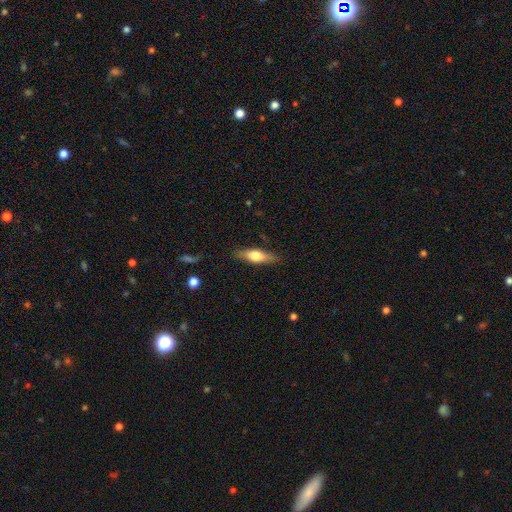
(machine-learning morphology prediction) A smooth galaxy with no disk features (59%) that is cigar-shaped (50%). Merging: none (84%).